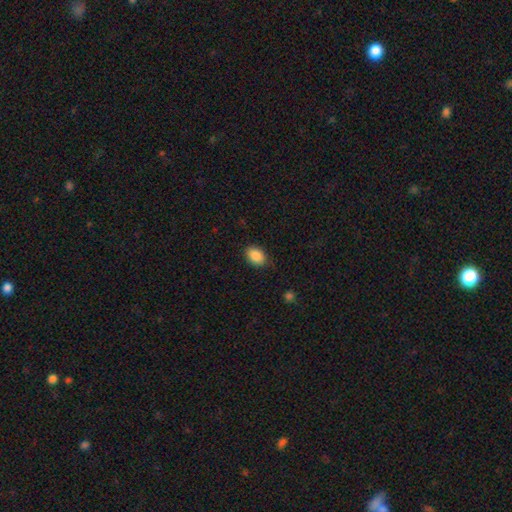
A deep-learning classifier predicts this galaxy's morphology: Smooth or featured? smooth (88%)
How rounded? in between (81%)
Merging? none (83%)